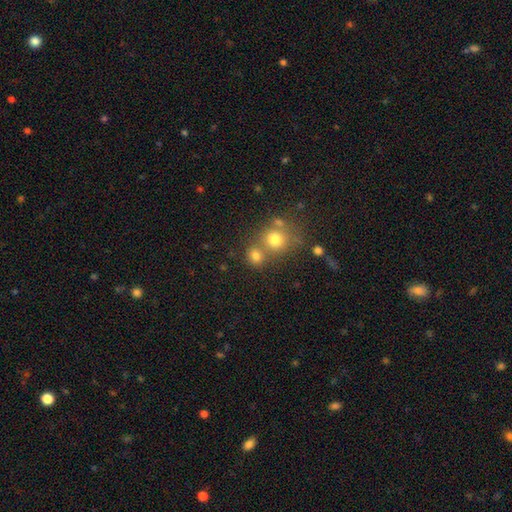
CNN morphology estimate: Smooth or featured? Predicted: smooth (p=0.76). How rounded? Predicted: round (p=0.80). Merging? Predicted: none (p=0.54).